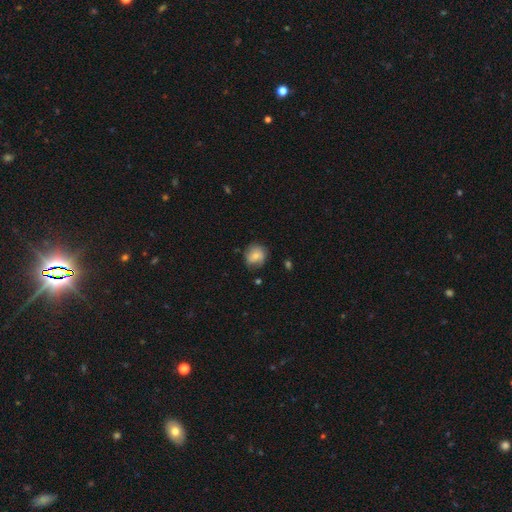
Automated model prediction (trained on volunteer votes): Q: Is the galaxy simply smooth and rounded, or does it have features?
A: smooth — 69%.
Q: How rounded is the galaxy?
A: round — 79%.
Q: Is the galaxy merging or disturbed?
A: none — 68%.